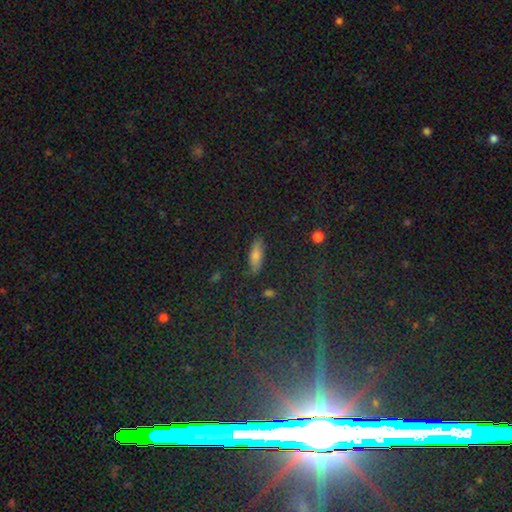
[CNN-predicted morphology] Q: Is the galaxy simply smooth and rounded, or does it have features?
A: smooth — 69%.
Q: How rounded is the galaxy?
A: in between — 52%.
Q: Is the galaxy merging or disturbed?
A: none — 86%.